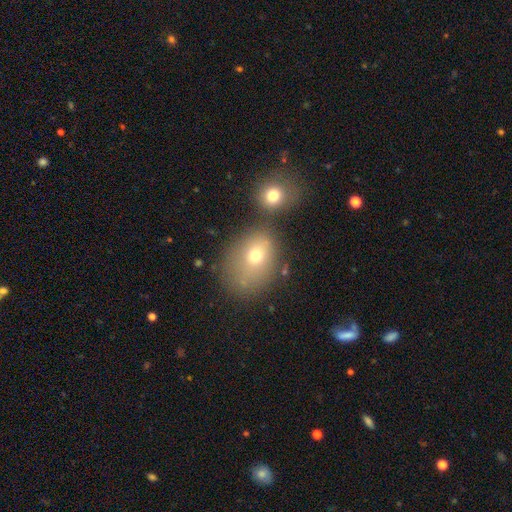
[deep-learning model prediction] Overall: smooth (69%). How rounded: in between (59%; round 40%). Merging: none (52%; merger 25%).